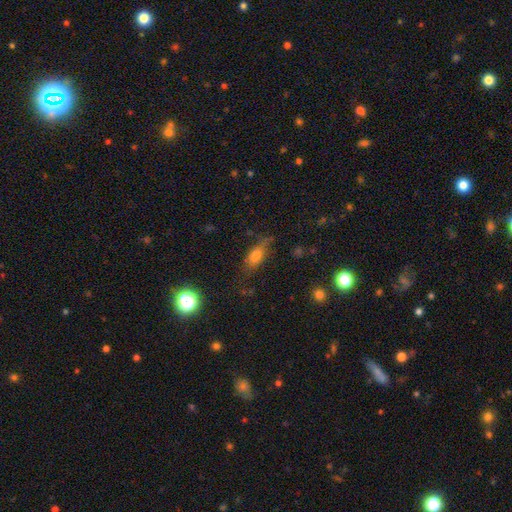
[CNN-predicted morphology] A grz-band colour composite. It shows a smooth galaxy with no disk features (70%) that is in between round and cigar-shaped (76%). Merging: none (62%).